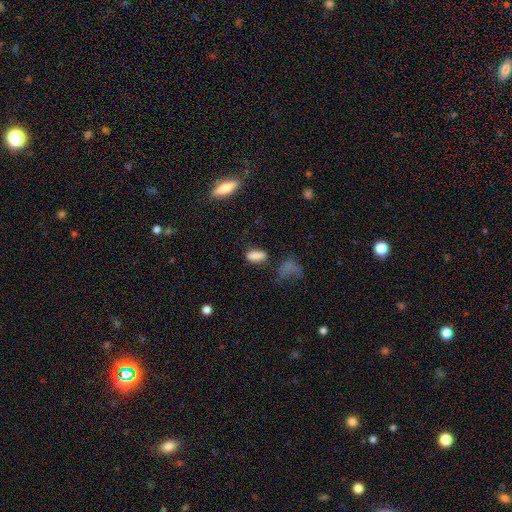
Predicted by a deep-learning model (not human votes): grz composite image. It shows a smooth galaxy with no disk features (82%) that is in between round and cigar-shaped (69%). Merging: none (73%).